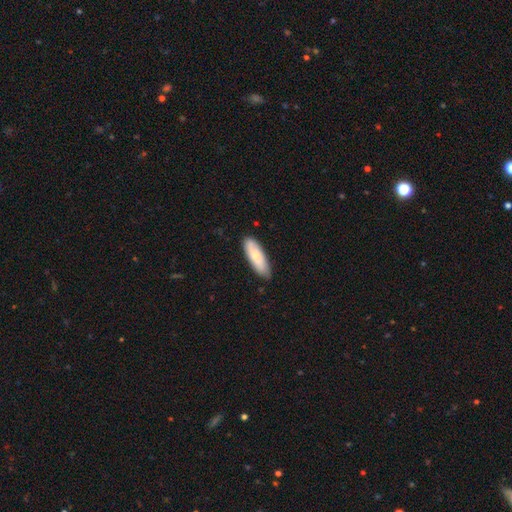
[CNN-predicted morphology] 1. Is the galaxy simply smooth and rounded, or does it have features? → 69% smooth, 26% featured or disk, 5% star or artifact.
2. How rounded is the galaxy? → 60% in between, 38% cigar-shaped, 2% round.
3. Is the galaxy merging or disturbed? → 81% none, 16% minor disturbance, 2% major disturbance, 1% merger.